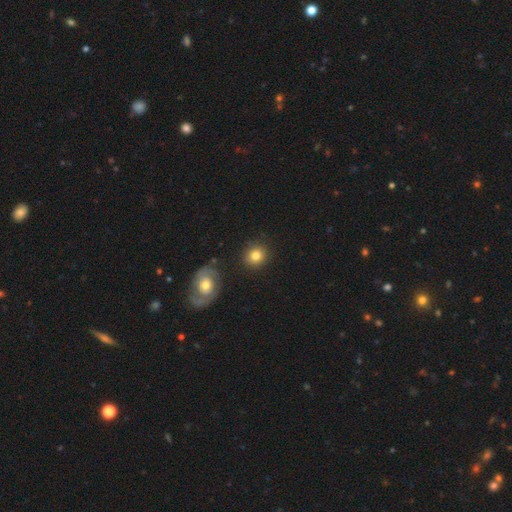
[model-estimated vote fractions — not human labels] This is clearly a smooth galaxy (80%). How rounded: clearly round (84%). Merging: clearly none (84%).